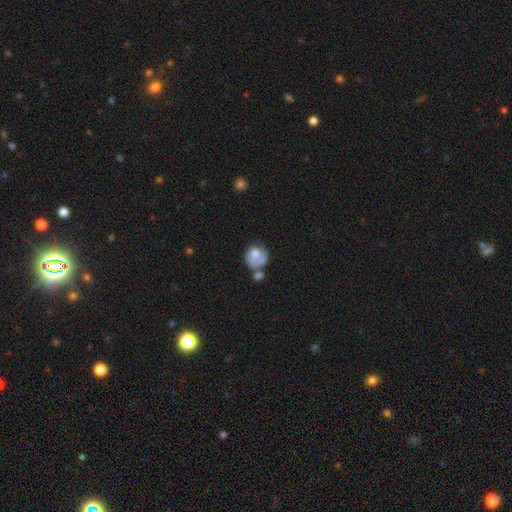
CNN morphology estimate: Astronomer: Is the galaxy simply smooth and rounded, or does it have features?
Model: smooth — 52% (runner-up: featured or disk, 41%).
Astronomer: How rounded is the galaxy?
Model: round — 67%.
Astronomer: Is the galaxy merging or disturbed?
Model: none — 34% (runner-up: merger, 23%).